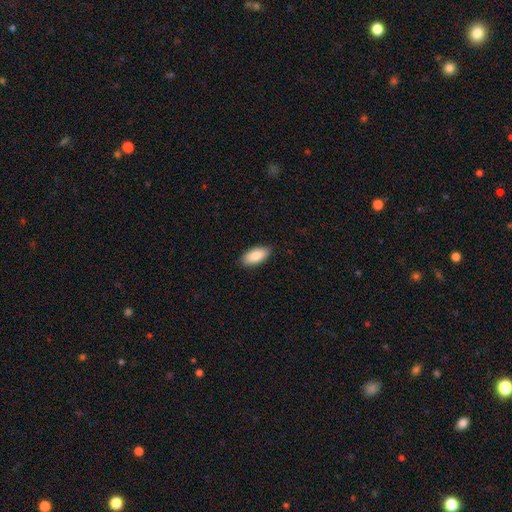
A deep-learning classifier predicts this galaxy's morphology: Q: Smooth or featured?
A: smooth (86%); runner-up: featured or disk (8%)
Q: How rounded?
A: in between (91%); runner-up: cigar-shaped (7%)
Q: Merging?
A: none (89%); runner-up: minor disturbance (8%)